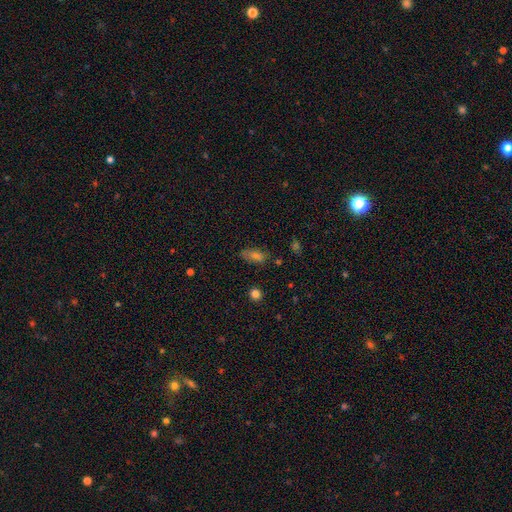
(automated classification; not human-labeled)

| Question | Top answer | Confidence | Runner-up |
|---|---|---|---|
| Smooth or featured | smooth | 56% | featured or disk (22%) |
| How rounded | in between | 74% | cigar-shaped (17%) |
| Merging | none | 75% | minor disturbance (18%) |